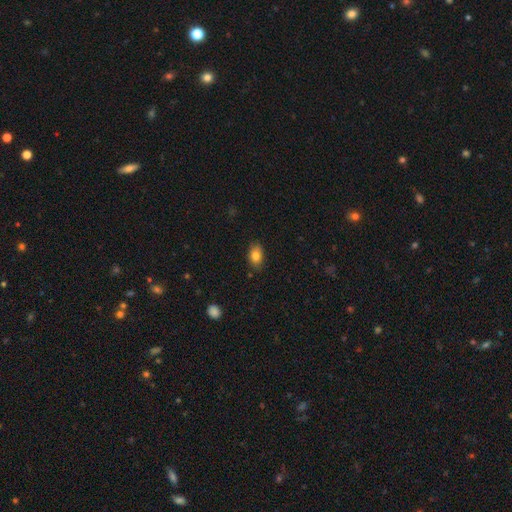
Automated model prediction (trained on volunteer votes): Q: Smooth or featured?
A: smooth (83%); runner-up: star or artifact (9%)
Q: How rounded?
A: in between (84%); runner-up: round (14%)
Q: Merging?
A: none (82%); runner-up: minor disturbance (14%)